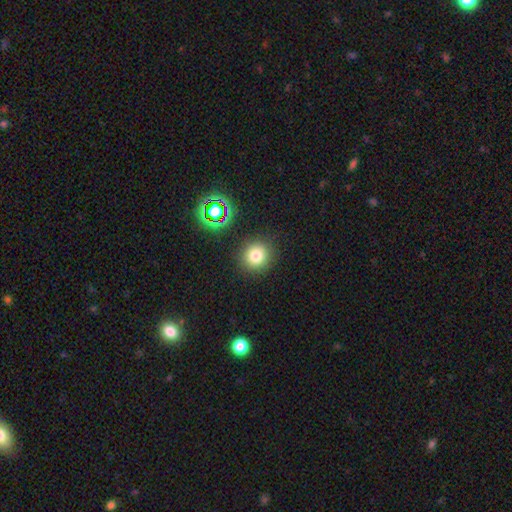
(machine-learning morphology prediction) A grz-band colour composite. It shows a smooth galaxy with no disk features (76%) that is round (92%). Merging: none (88%).